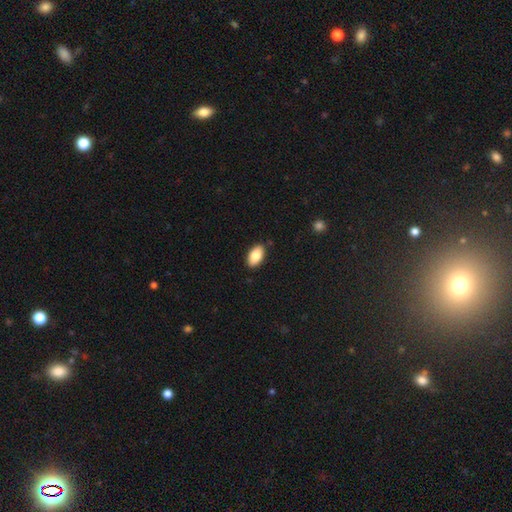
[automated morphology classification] smooth 85%, featured or disk 8%, star or artifact 7%. Down the decision tree: how rounded — in between (94%); merging — none (88%).